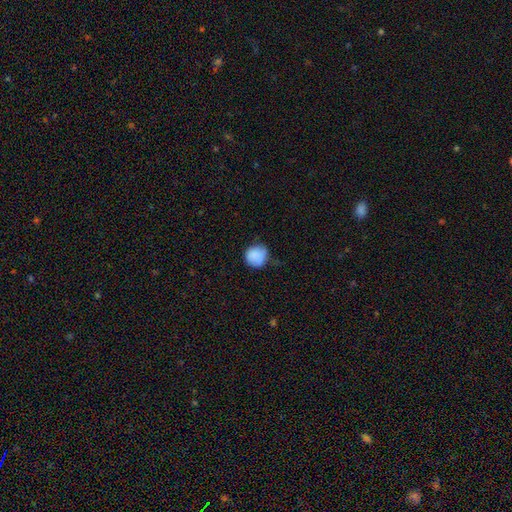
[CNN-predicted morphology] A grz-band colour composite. It shows a smooth galaxy with no disk features (87%) that is round (87%). Merging: none (64%).